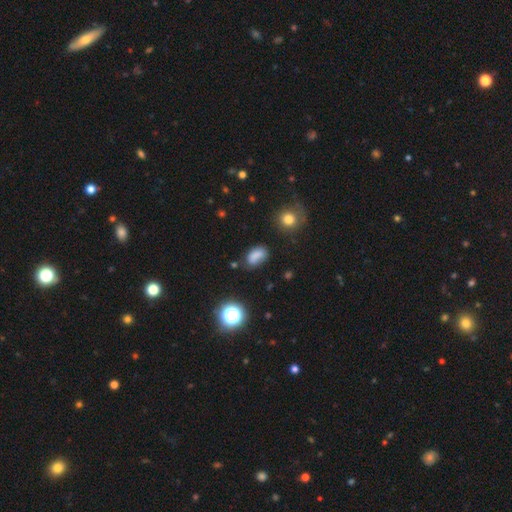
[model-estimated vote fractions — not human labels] A smooth galaxy with no disk features (74%) that is in between round and cigar-shaped (86%).

Vote fractions:
- Smooth or featured? smooth: 74% / star or artifact: 15% / featured or disk: 11%
- How rounded? in between: 86% / round: 11% / cigar-shaped: 3%
- Merging? none: 60% / minor disturbance: 25% / major disturbance: 8% / merger: 6%